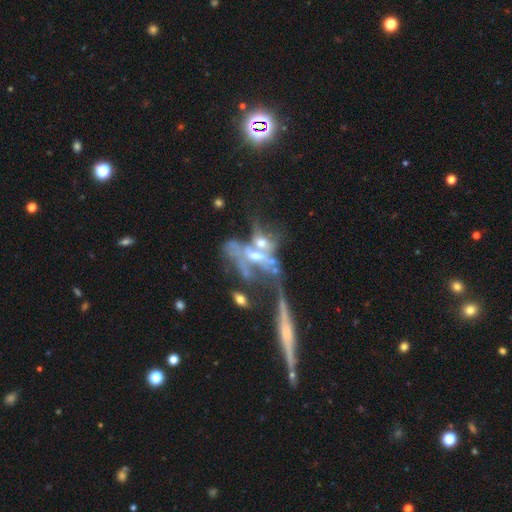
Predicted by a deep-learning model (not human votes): featured or disk 62%, smooth 22%, star or artifact 16%. Down the decision tree: edge-on disk — no (82%); bar — no (77%); spiral arms — no (77%); bulge size — moderate (55%); merging — merger (62%).